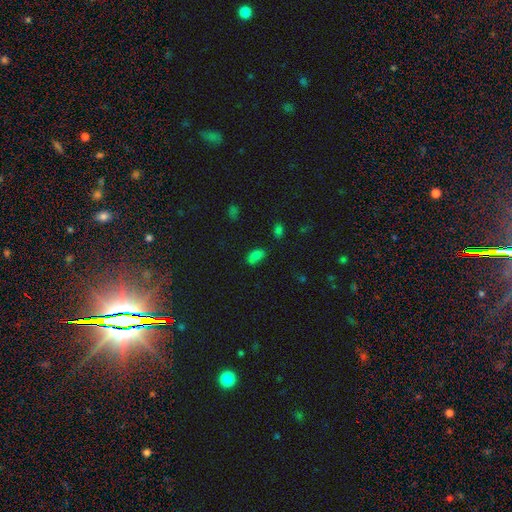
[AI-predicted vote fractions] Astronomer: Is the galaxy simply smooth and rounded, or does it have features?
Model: smooth — 76%.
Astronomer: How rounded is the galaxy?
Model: in between — 91%.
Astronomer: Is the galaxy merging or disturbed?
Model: none — 66%.